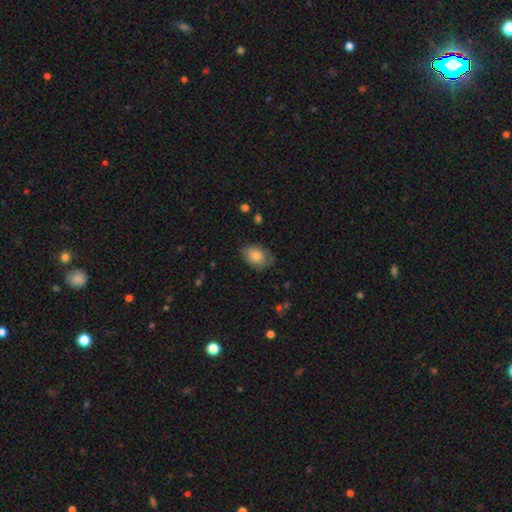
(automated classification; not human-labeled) Morphology: type=smooth (80%); roundness=in between (80%); merging=none (73%).